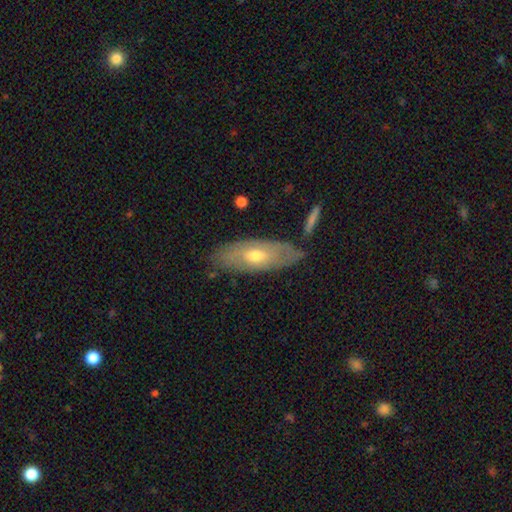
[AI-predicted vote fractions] Smooth or featured? Predicted: smooth (p=0.48). Merging? Predicted: none (p=0.76).